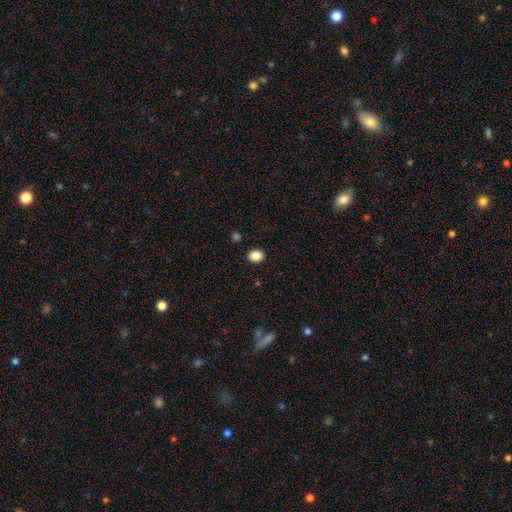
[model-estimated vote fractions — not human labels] Smooth or featured? Predicted: smooth (p=0.87). How rounded? Predicted: round (p=0.62). Merging? Predicted: none (p=0.90).